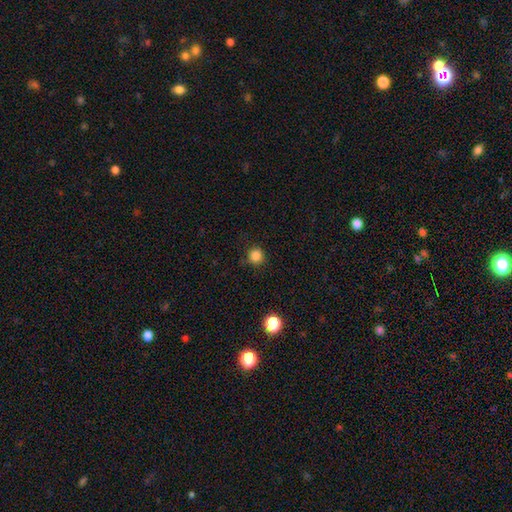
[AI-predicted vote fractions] smooth 84%, star or artifact 12%, featured or disk 3%. Down the decision tree: how rounded — round (95%); merging — none (87%).